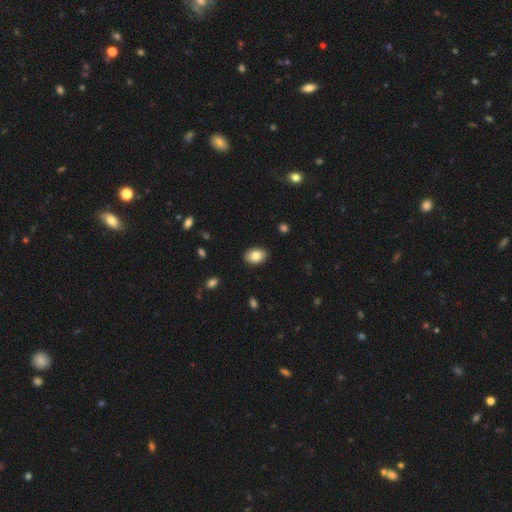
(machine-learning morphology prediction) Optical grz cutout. It shows a smooth galaxy with no disk features (85%) that is in between round and cigar-shaped (85%). Merging: none (89%).